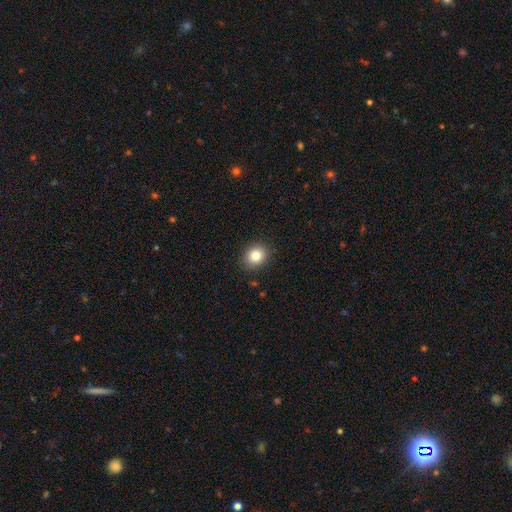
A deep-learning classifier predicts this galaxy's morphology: type=smooth (83%); roundness=round (65%); merging=none (89%).